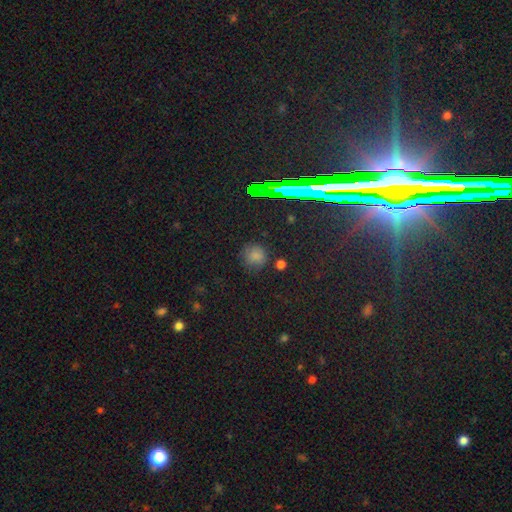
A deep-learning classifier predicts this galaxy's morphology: Smooth or featured?
  - smooth: 69% *
  - star or artifact: 24%
  - featured or disk: 7%
How rounded?
  - round: 89% *
  - in between: 9%
  - cigar-shaped: 1%
Merging?
  - none: 80% *
  - minor disturbance: 13%
  - major disturbance: 5%
  - merger: 3%